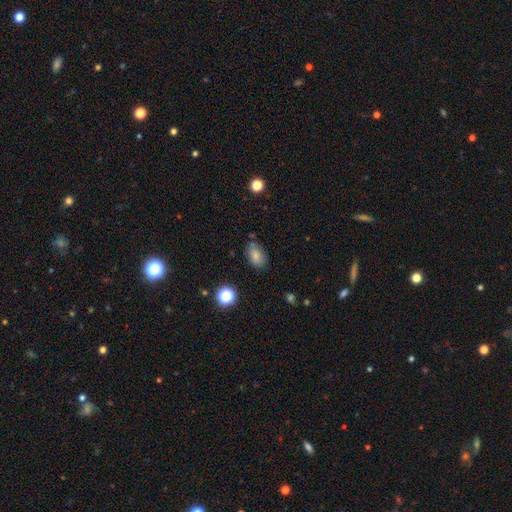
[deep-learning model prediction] A smooth galaxy with no disk features (80%) that is in between round and cigar-shaped (86%).

Vote fractions:
- Smooth or featured? smooth: 80% / star or artifact: 12% / featured or disk: 8%
- How rounded? in between: 86% / round: 13% / cigar-shaped: 2%
- Merging? none: 72% / minor disturbance: 19% / merger: 5% / major disturbance: 5%